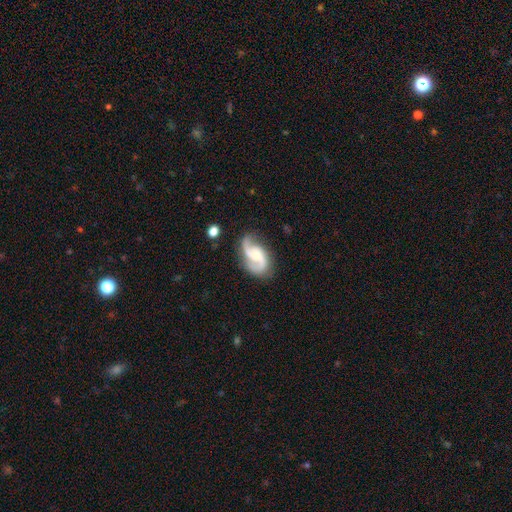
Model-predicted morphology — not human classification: This is clearly a featured or disk galaxy (87%). It is clearly not viewed edge-on (98%). Bar: possibly no (50%). Spiral arm pattern: clearly yes (97%). Spiral arm count: clearly 2 (89%). Spiral winding: possibly medium (45%). Central bulge: marginally moderate (43%). Merging: likely none (71%).